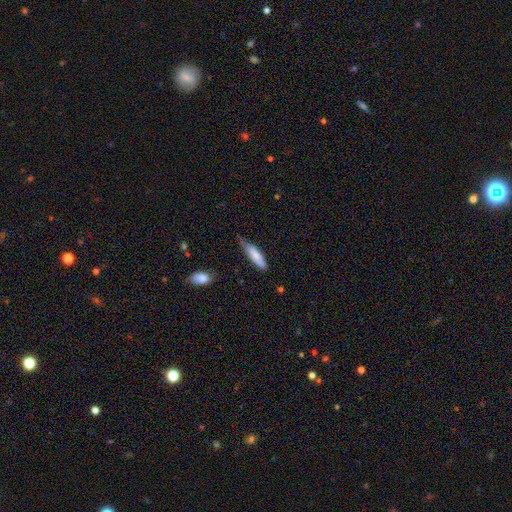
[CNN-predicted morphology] Smooth or featured? Predicted: smooth (p=0.79). How rounded? Predicted: cigar-shaped (p=0.66). Merging? Predicted: none (p=0.51).